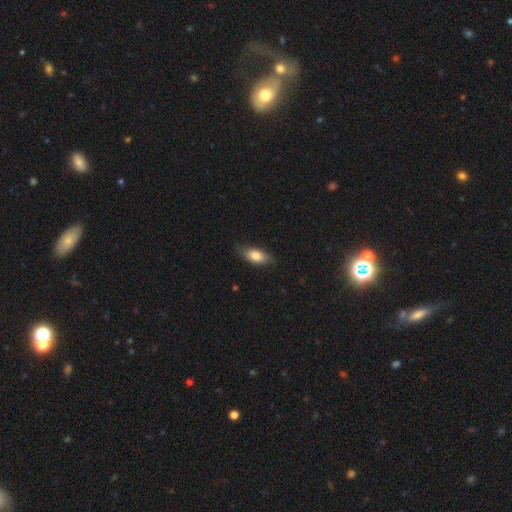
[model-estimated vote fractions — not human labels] This is likely a smooth galaxy (80%). How rounded: clearly in between (85%). Merging: likely none (75%).